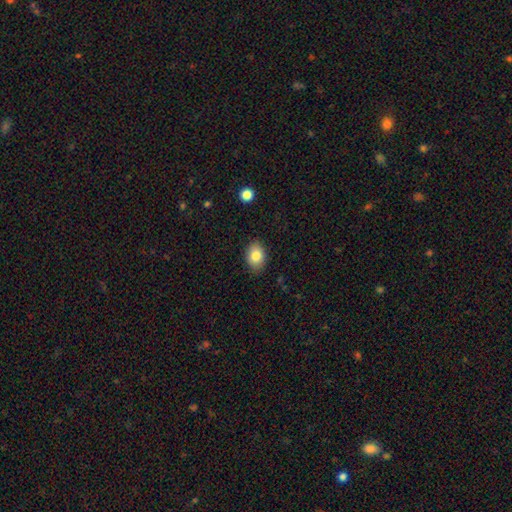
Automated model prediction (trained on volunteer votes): Overall: smooth (83%). How rounded: in between (74%). Merging: none (85%).